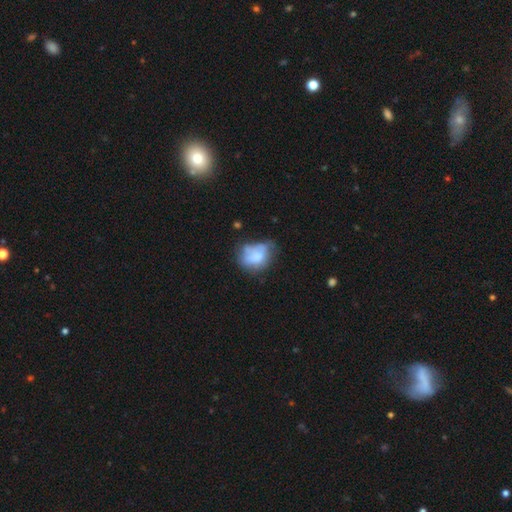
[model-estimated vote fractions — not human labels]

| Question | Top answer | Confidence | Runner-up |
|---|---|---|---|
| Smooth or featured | smooth | 62% | featured or disk (28%) |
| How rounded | in between | 61% | round (37%) |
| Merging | minor disturbance | 33% | none (32%) |